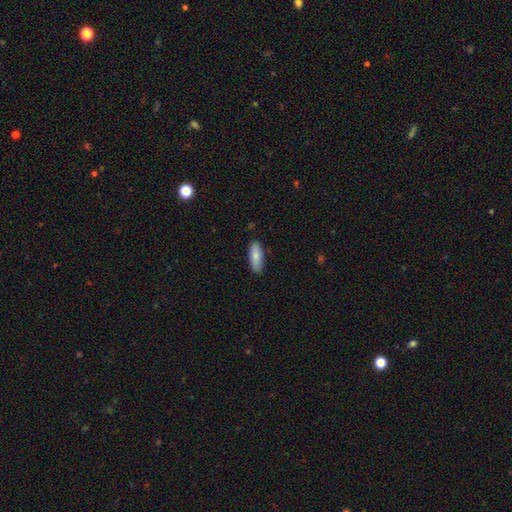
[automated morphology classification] This appears to be a smooth galaxy with no disk features (82%) that is in between round and cigar-shaped (65%). Merging: none (85%).